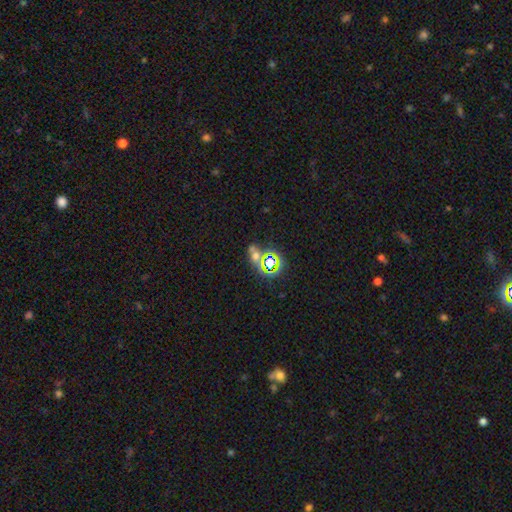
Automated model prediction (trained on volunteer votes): smooth-or-featured: star or artifact: 51% | smooth: 34% | featured or disk: 15%